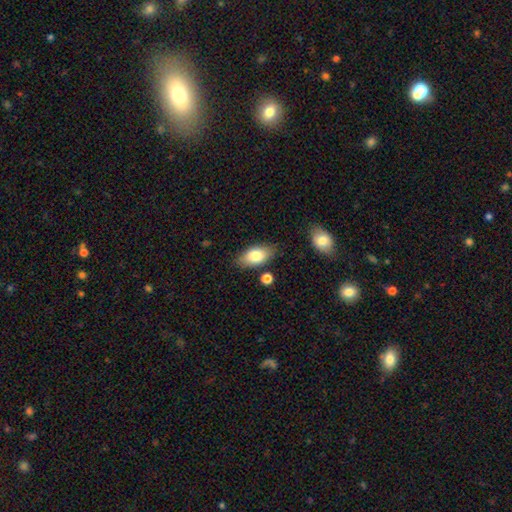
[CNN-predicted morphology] Smooth or featured? smooth (80%)
How rounded? in between (91%)
Merging? none (80%)